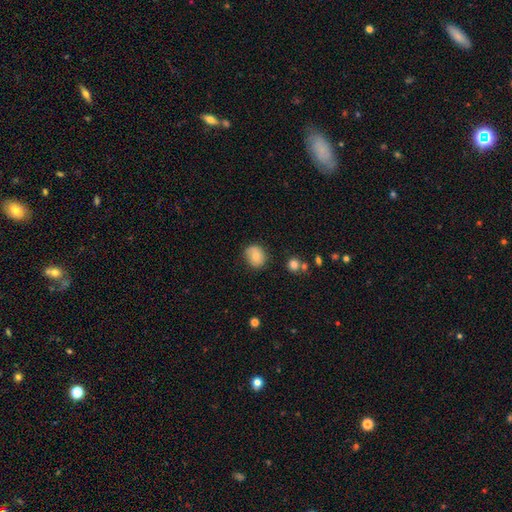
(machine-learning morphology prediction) Smooth or featured?
  - smooth: 71% *
  - featured or disk: 20%
  - star or artifact: 9%
How rounded?
  - round: 69% *
  - in between: 31%
  - cigar-shaped: 1%
Merging?
  - none: 72% *
  - minor disturbance: 21%
  - major disturbance: 5%
  - merger: 2%